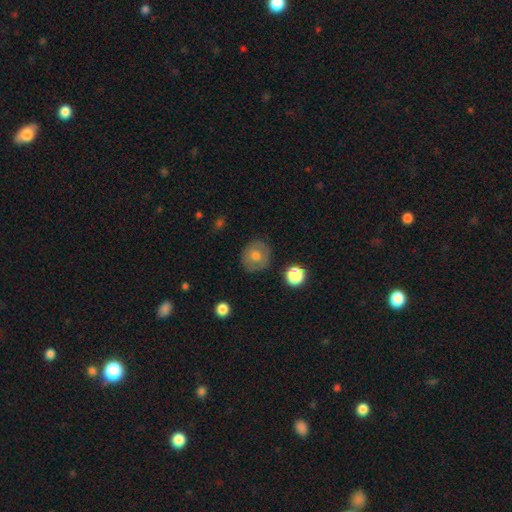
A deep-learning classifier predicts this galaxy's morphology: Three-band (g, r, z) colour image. It shows a smooth galaxy with no disk features (67%) that is round (85%). Merging: none (84%).